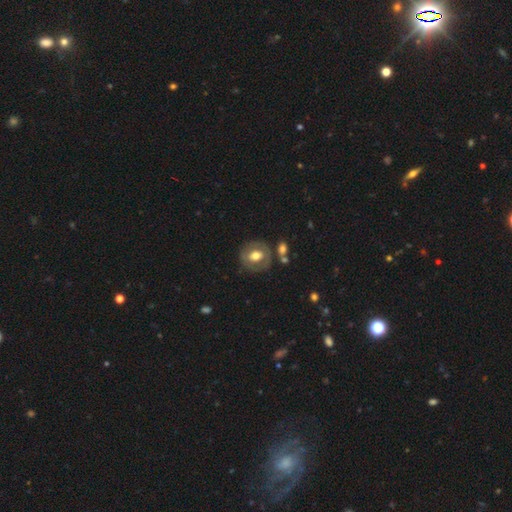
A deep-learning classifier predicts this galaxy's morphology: Smooth or featured: smooth — 51% (featured or disk — 42%)
How rounded: round — 72% (in between — 27%)
Merging: none — 75% (minor disturbance — 14%)